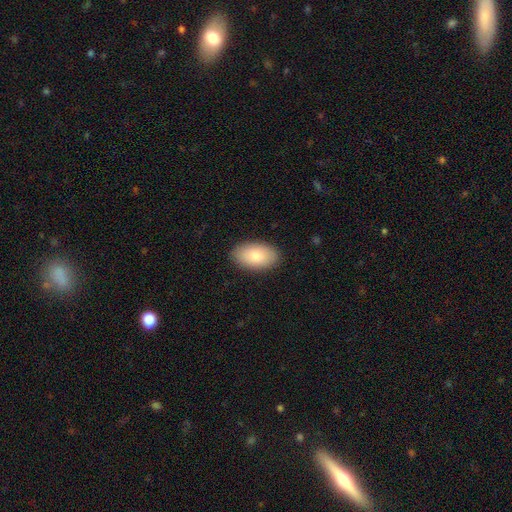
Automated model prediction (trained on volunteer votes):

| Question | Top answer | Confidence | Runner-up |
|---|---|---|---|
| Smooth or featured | smooth | 84% | featured or disk (11%) |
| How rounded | in between | 95% | round (4%) |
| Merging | none | 88% | minor disturbance (9%) |